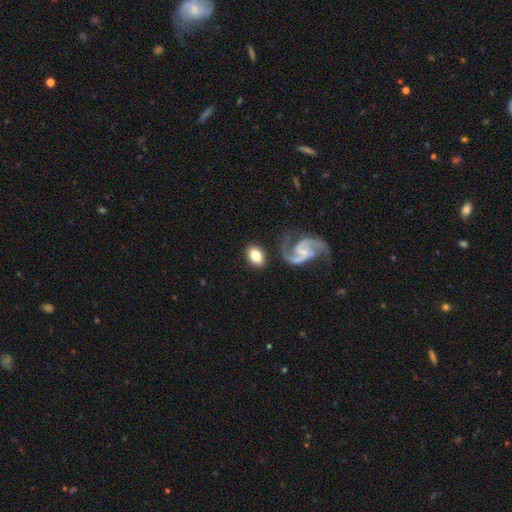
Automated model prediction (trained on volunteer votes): Smooth or featured? Predicted: smooth (p=0.68). How rounded? Predicted: in between (p=0.84). Merging? Predicted: none (p=0.77).